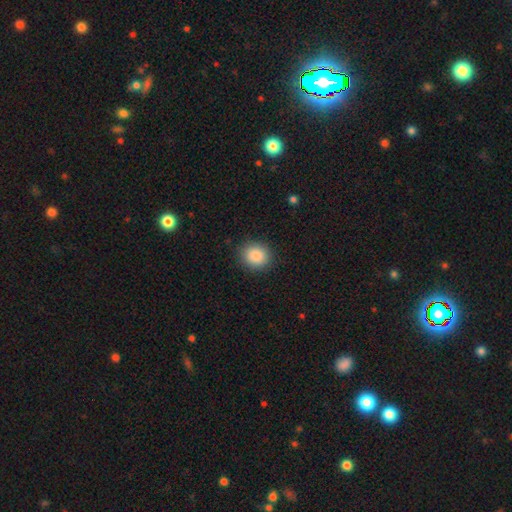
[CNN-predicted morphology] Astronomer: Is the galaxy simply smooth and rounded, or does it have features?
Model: smooth — 87%.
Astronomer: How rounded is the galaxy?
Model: round — 81%.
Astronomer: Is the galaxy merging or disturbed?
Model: none — 89%.